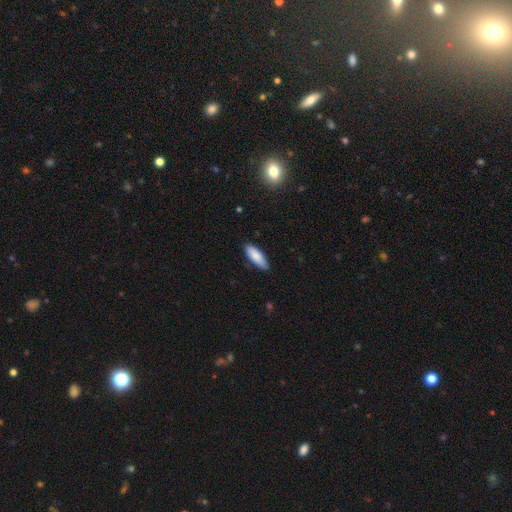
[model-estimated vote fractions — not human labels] This appears to be a smooth galaxy with no disk features (84%) that is in between round and cigar-shaped (65%). Merging: none (85%).